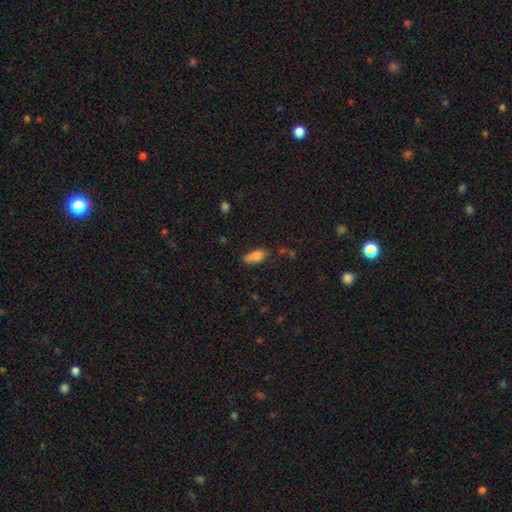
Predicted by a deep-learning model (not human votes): This appears to be a smooth galaxy with no disk features (82%) that is in between round and cigar-shaped (83%). Merging: none (69%).